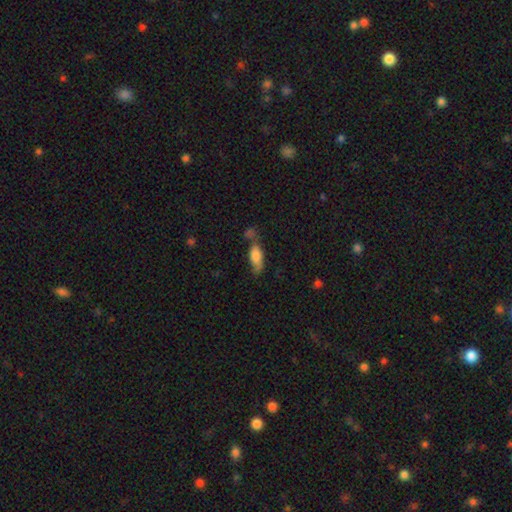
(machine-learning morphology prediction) Smooth or featured: smooth — 75% (featured or disk — 18%)
How rounded: in between — 72% (cigar-shaped — 25%)
Merging: none — 47% (minor disturbance — 23%)